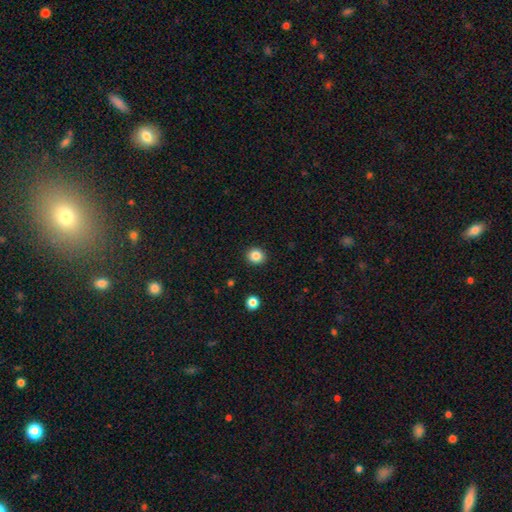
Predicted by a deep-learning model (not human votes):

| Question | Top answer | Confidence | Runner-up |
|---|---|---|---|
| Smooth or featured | smooth | 85% | star or artifact (11%) |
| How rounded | round | 84% | in between (15%) |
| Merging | none | 92% | minor disturbance (5%) |